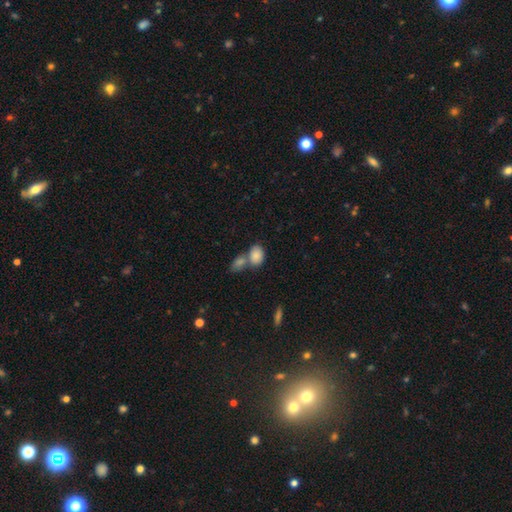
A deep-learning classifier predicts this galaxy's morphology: The model was most divided on "merging": merger: 52%, none: 35%, minor disturbance: 9%, major disturbance: 3%. More confident: smooth or featured — smooth (85%); how rounded — in between (83%).